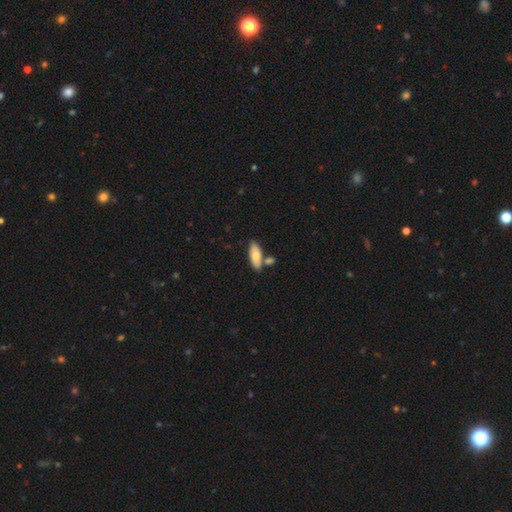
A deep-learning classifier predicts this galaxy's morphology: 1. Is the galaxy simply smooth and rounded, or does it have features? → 75% smooth, 19% featured or disk, 6% star or artifact.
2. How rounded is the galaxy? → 77% in between, 20% cigar-shaped, 2% round.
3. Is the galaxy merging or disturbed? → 64% none, 20% merger, 13% minor disturbance, 3% major disturbance.